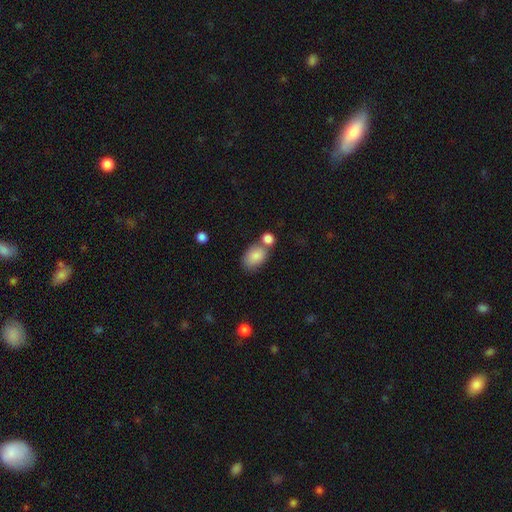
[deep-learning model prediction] Smooth or featured: smooth — 84% (featured or disk — 8%)
How rounded: in between — 84% (round — 14%)
Merging: none — 49% (merger — 31%)